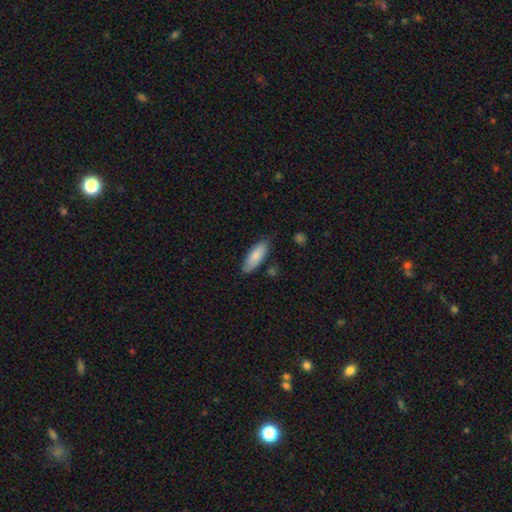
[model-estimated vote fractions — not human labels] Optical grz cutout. It shows a smooth galaxy with no disk features (84%) that is in between round and cigar-shaped (69%). Merging: none (79%).